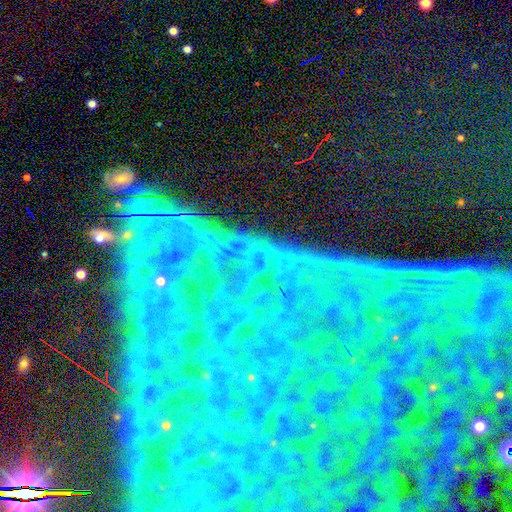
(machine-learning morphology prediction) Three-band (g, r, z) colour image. It shows a star or artifact, not a galaxy (87%).